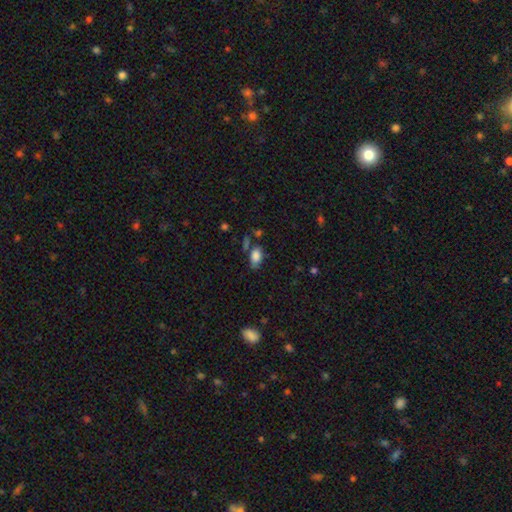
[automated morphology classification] A smooth galaxy with no disk features (83%) that is in between round and cigar-shaped (90%).

Vote fractions:
- Smooth or featured? smooth: 83% / star or artifact: 9% / featured or disk: 8%
- How rounded? in between: 90% / round: 6% / cigar-shaped: 3%
- Merging? none: 61% / minor disturbance: 21% / merger: 11% / major disturbance: 7%